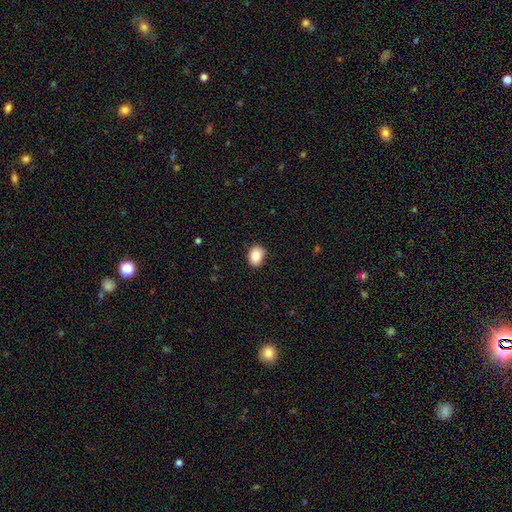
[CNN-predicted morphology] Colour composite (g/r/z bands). It shows a smooth galaxy with no disk features (86%) that is in between round and cigar-shaped (60%). Merging: none (88%).